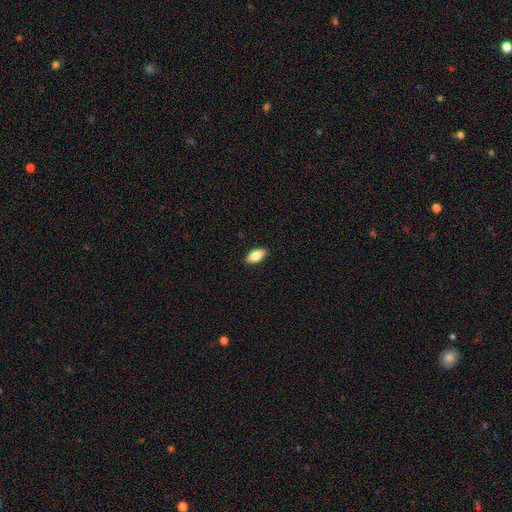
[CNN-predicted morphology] A smooth galaxy with no disk features (81%) that is in between round and cigar-shaped (90%).

Vote fractions:
- Smooth or featured? smooth: 81% / featured or disk: 12% / star or artifact: 7%
- How rounded? in between: 90% / cigar-shaped: 6% / round: 4%
- Merging? none: 89% / minor disturbance: 8% / major disturbance: 2% / merger: 1%